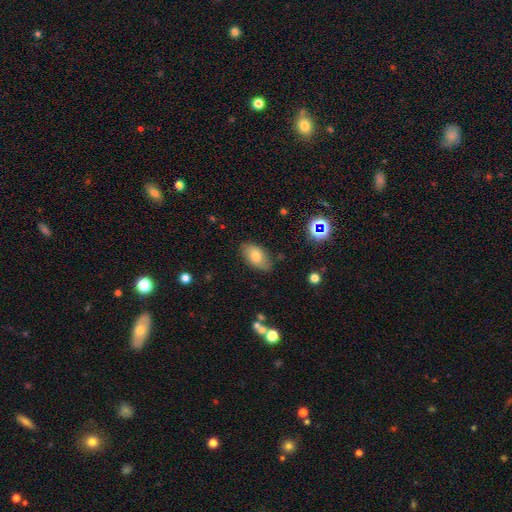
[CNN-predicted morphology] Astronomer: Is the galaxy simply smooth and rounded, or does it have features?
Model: smooth — 73%.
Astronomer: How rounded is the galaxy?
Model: in between — 92%.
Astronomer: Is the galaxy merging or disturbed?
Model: none — 81%.